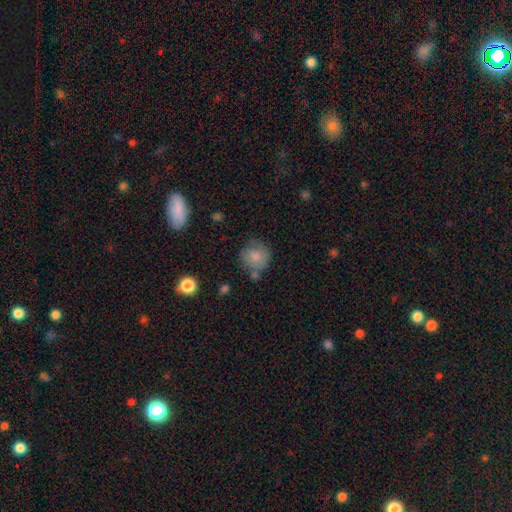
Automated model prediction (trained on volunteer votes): A smooth galaxy with no disk features (78%) that is round (87%). Merging: none (70%).